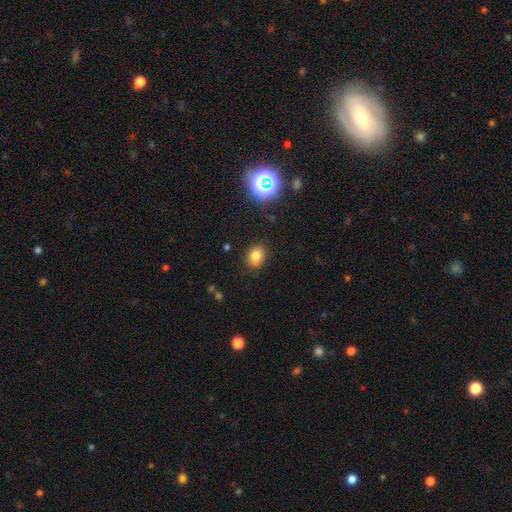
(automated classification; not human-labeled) Overall: smooth (77%). How rounded: in between (59%; round 40%). Merging: none (83%).